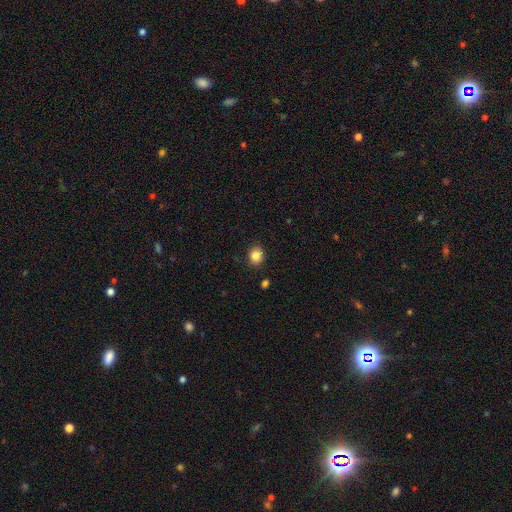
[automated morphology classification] Q: Smooth or featured?
A: smooth (85%); runner-up: star or artifact (10%)
Q: How rounded?
A: round (65%); runner-up: in between (34%)
Q: Merging?
A: none (88%); runner-up: minor disturbance (9%)